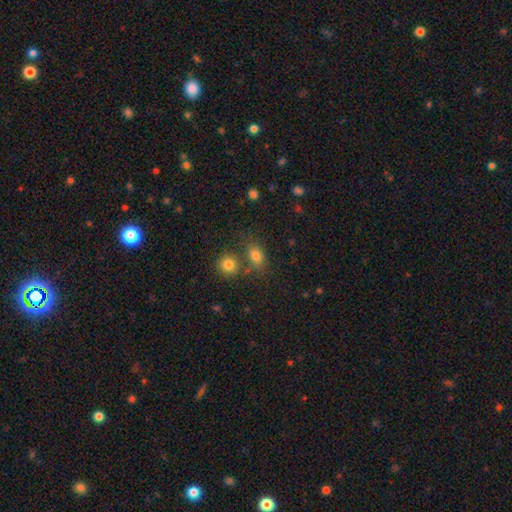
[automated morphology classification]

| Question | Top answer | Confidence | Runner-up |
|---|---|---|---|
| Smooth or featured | smooth | 79% | star or artifact (13%) |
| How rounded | in between | 68% | round (30%) |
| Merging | none | 59% | merger (23%) |